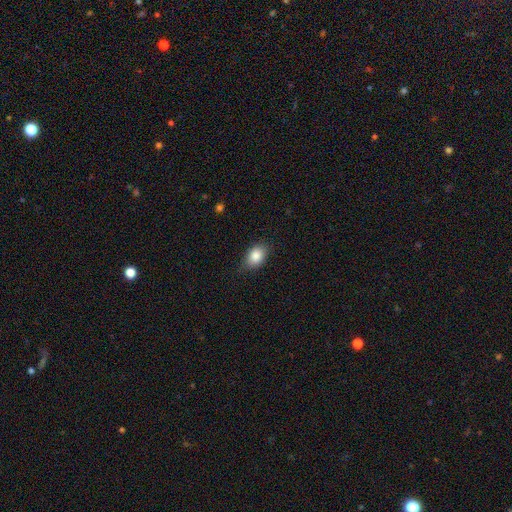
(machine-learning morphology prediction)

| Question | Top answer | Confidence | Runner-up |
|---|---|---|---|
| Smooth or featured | smooth | 85% | star or artifact (8%) |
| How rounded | in between | 77% | round (21%) |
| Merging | none | 76% | minor disturbance (19%) |